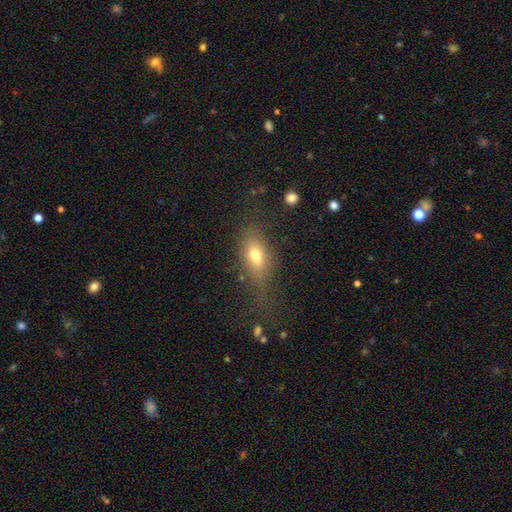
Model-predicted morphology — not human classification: The model was most divided on "merging": none: 52%, minor disturbance: 22%, major disturbance: 21%, merger: 4%. More confident: how rounded — in between (78%); smooth or featured — smooth (70%).